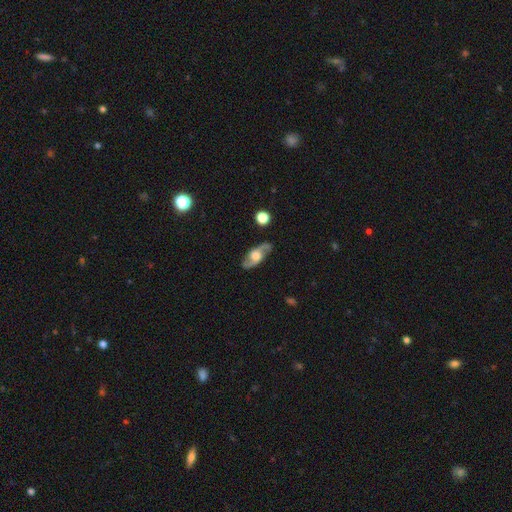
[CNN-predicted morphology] Smooth or featured? featured or disk (80%)
Edge-on disk? no (87%)
Bar? no (59%)
Spiral arms? yes (92%)
Spiral winding? loose (46%)
Spiral arm count? 2 (92%)
Bulge size? large (45%)
Merging? none (83%)